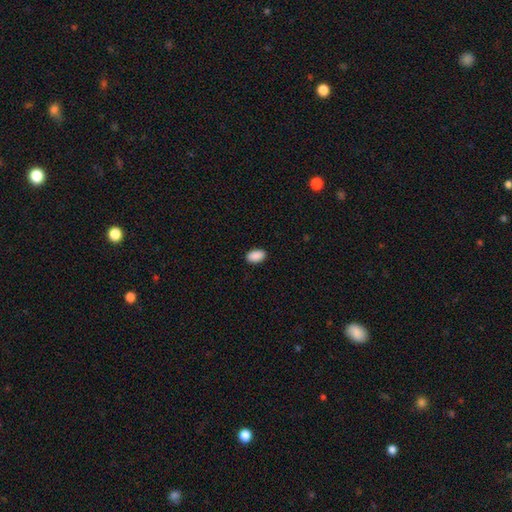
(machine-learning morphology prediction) Overall: smooth (90%). How rounded: in between (92%). Merging: none (89%).